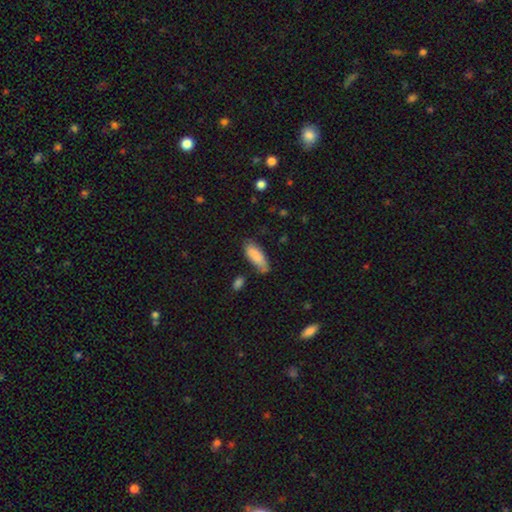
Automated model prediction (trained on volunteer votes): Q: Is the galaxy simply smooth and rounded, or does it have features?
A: smooth — 85%.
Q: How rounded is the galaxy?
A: in between — 70%.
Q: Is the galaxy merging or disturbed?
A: none — 67%.